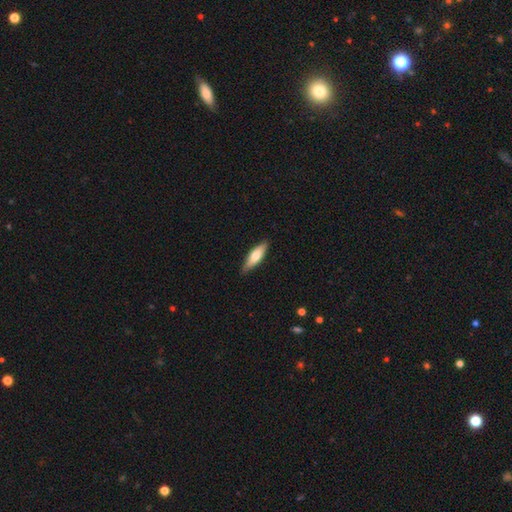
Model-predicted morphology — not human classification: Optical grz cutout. It shows a smooth galaxy with no disk features (67%) that is cigar-shaped (56%). Merging: none (86%).